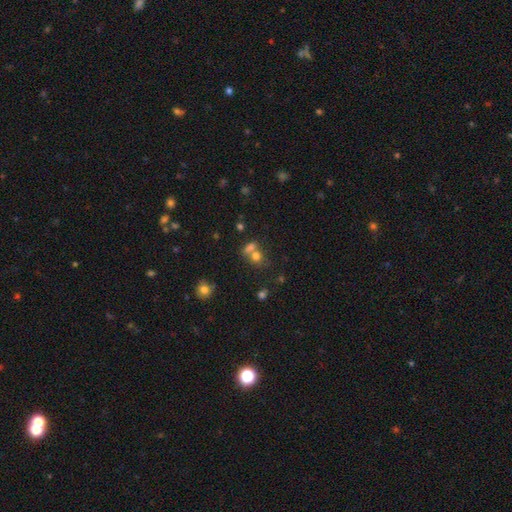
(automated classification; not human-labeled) Smooth or featured: smooth — 72% (star or artifact — 16%)
How rounded: round — 60% (in between — 38%)
Merging: merger — 51% (none — 36%)